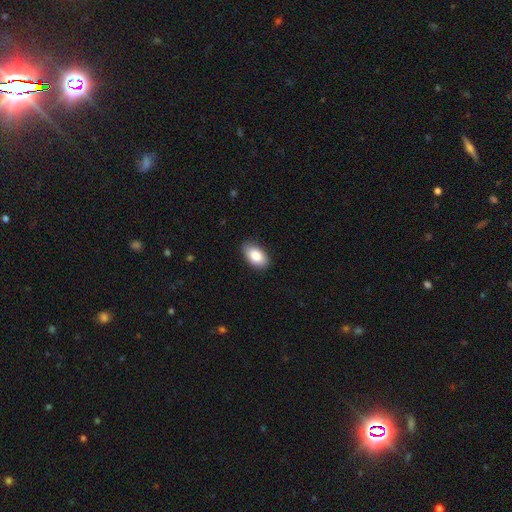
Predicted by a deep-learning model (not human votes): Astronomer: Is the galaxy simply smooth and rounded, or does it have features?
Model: smooth — 86%.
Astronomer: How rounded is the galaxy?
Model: in between — 94%.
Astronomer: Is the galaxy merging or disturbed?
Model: none — 85%.